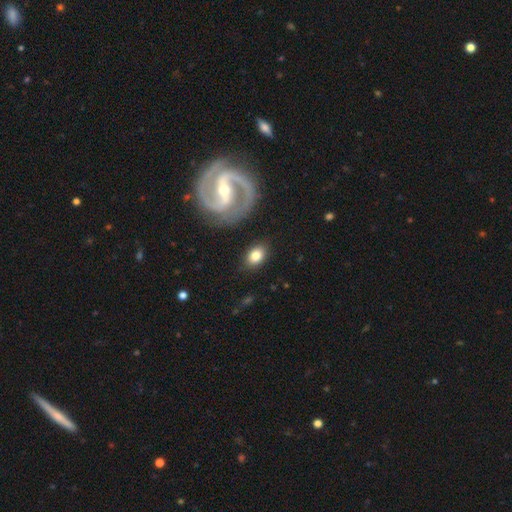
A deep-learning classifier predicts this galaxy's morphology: A smooth galaxy with no disk features (75%) that is in between round and cigar-shaped (75%).

Vote fractions:
- Smooth or featured? smooth: 75% / featured or disk: 18% / star or artifact: 7%
- How rounded? in between: 75% / round: 23% / cigar-shaped: 2%
- Merging? none: 82% / minor disturbance: 11% / major disturbance: 4% / merger: 3%